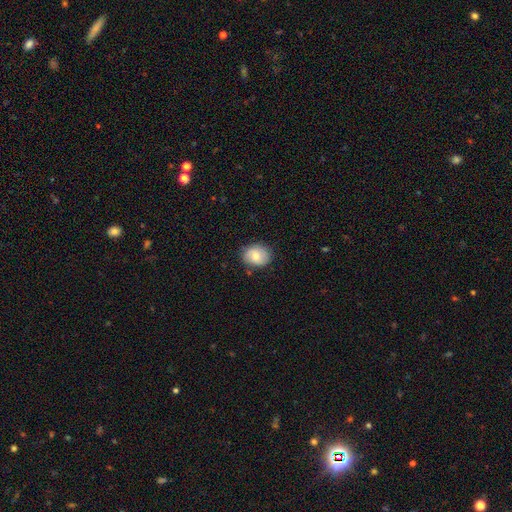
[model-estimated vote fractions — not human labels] Smooth or featured? Predicted: smooth (p=0.74). How rounded? Predicted: round (p=0.56). Merging? Predicted: none (p=0.80).